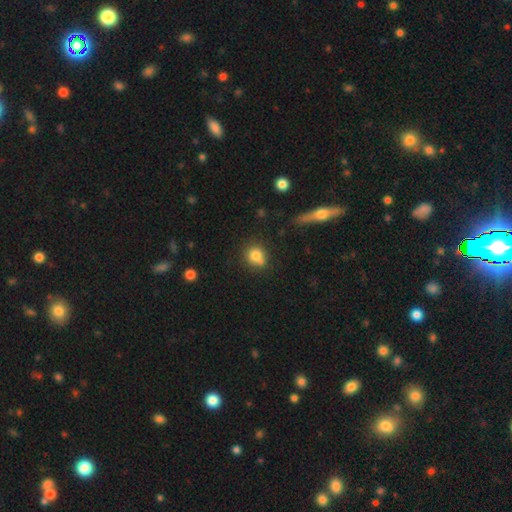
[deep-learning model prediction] This appears to be a smooth galaxy with no disk features (79%) that is round (81%). Merging: none (57%).